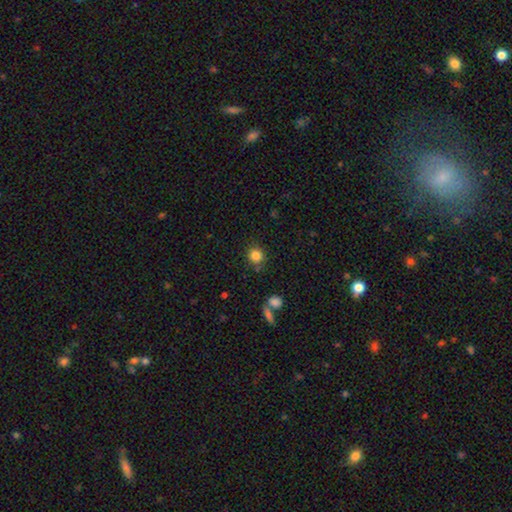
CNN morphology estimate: smooth 83%, star or artifact 11%, featured or disk 5%. Down the decision tree: how rounded — round (88%); merging — none (81%).